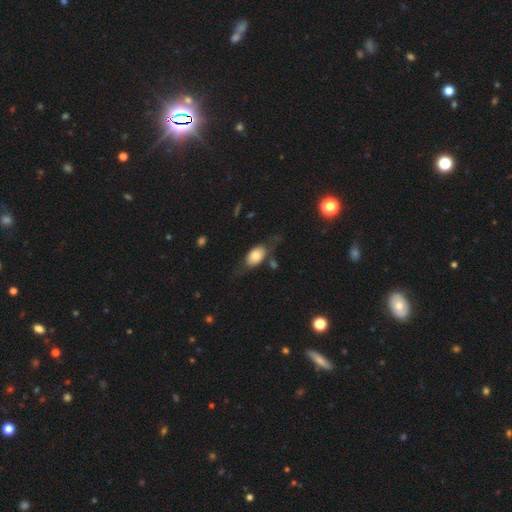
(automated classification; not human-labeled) smooth_or_featured: smooth (p=0.70) [alt: featured or disk p=0.23]
how_rounded: in between (p=0.89) [alt: round p=0.08]
merging: none (p=0.59) [alt: minor disturbance p=0.21]